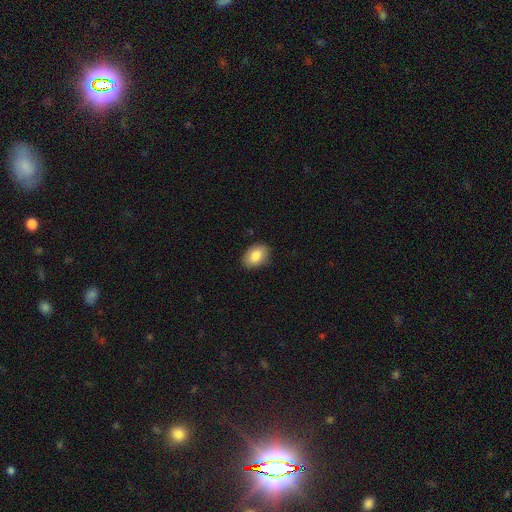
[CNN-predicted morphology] This is clearly a smooth galaxy (85%). How rounded: clearly in between (84%). Merging: clearly none (87%).